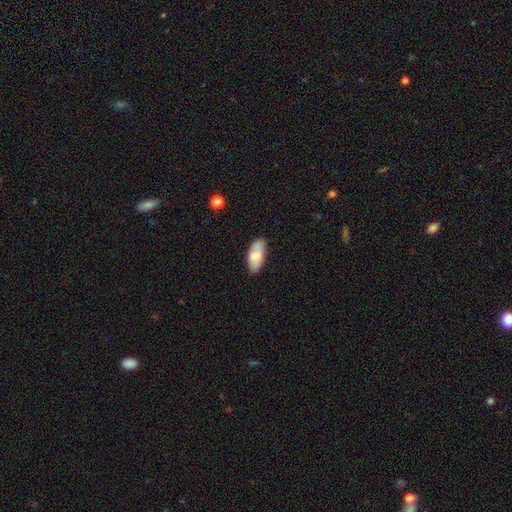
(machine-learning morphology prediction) Q: Smooth or featured?
A: smooth (75%); runner-up: featured or disk (19%)
Q: How rounded?
A: in between (91%); runner-up: cigar-shaped (7%)
Q: Merging?
A: none (74%); runner-up: minor disturbance (19%)